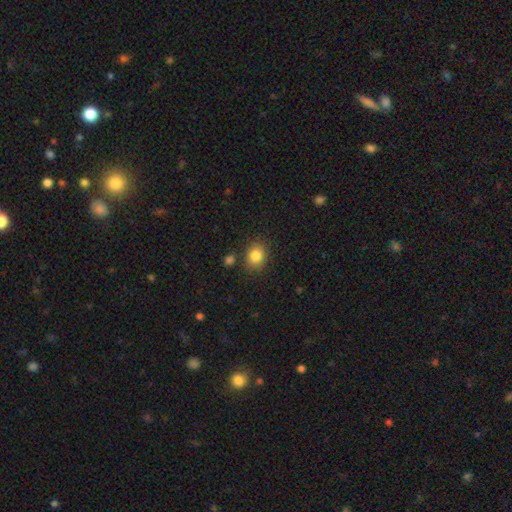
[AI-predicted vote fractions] Smooth or featured?
  - smooth: 84% *
  - star or artifact: 10%
  - featured or disk: 6%
How rounded?
  - round: 63% *
  - in between: 36%
  - cigar-shaped: 1%
Merging?
  - none: 82% *
  - minor disturbance: 10%
  - merger: 5%
  - major disturbance: 3%